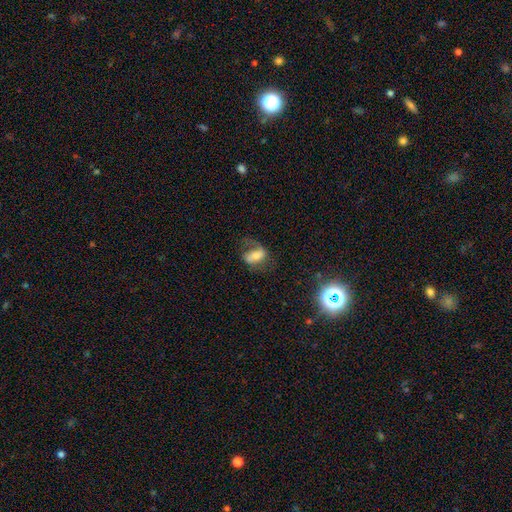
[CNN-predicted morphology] type=featured or disk (47%); merging=none (46%).